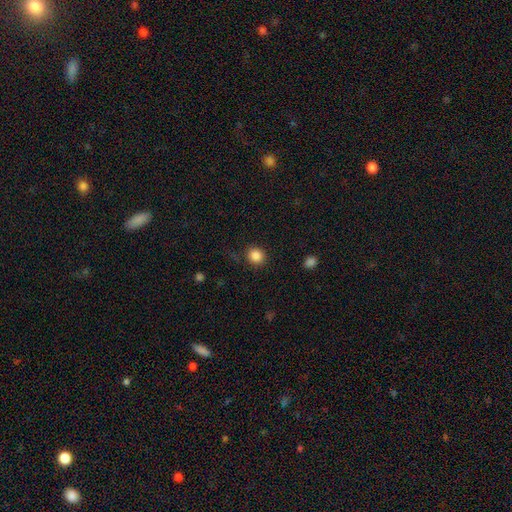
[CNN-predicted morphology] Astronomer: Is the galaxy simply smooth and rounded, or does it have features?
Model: smooth — 86%.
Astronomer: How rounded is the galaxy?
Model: round — 85%.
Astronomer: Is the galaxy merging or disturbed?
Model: none — 86%.